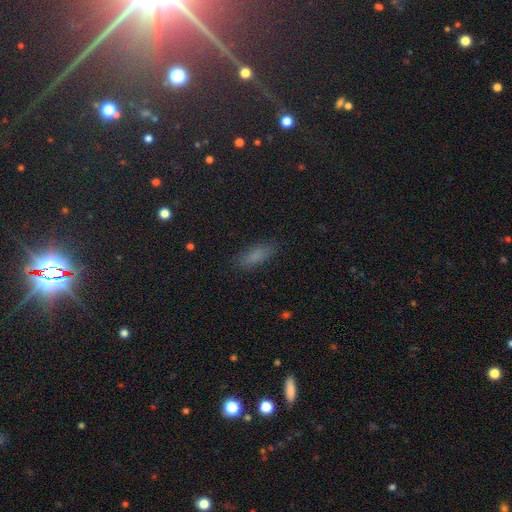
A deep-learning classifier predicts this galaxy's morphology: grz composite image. It shows a smooth galaxy with no disk features (77%) that is in between round and cigar-shaped (63%). Merging: none (85%).